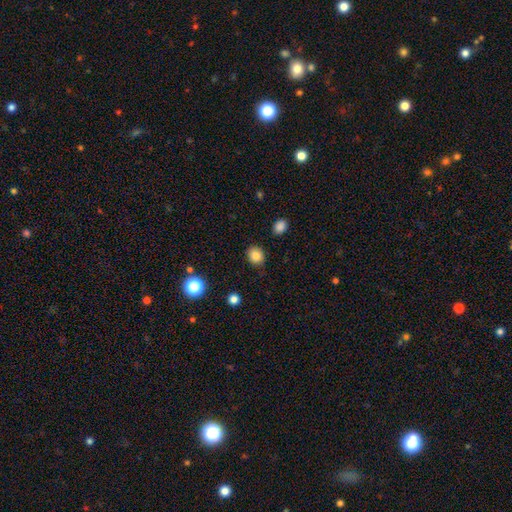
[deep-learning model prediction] smooth 84%, star or artifact 11%, featured or disk 5%. Down the decision tree: how rounded — round (65%); merging — none (86%).